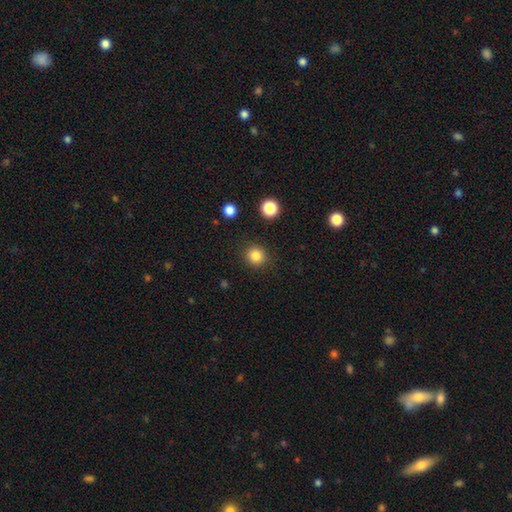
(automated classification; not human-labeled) A smooth galaxy with no disk features (84%) that is round (92%). Merging: none (90%).